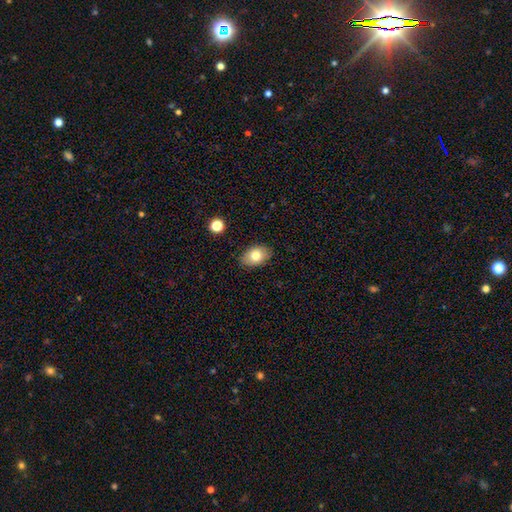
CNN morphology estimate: smooth_or_featured: smooth (p=0.79) [alt: featured or disk p=0.13]
how_rounded: in between (p=0.84) [alt: round p=0.15]
merging: none (p=0.84) [alt: minor disturbance p=0.12]